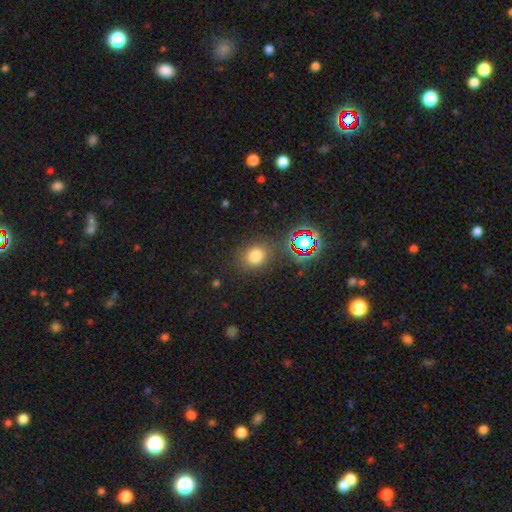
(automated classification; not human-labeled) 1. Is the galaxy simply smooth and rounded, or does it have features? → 72% smooth, 21% star or artifact, 8% featured or disk.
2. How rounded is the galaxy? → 61% round, 37% in between, 1% cigar-shaped.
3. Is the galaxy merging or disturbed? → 79% none, 11% minor disturbance, 5% merger, 5% major disturbance.